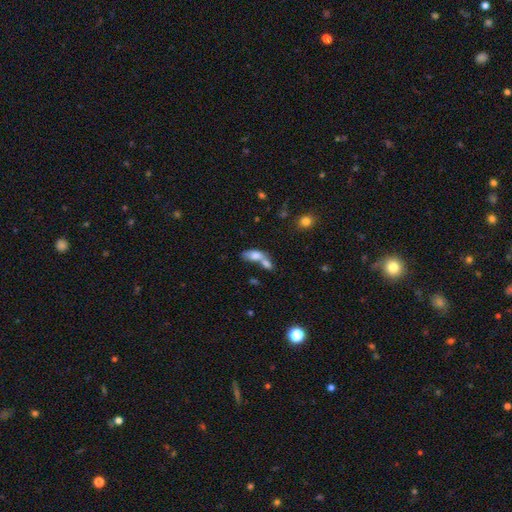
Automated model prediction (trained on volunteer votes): smooth_or_featured: smooth (p=0.74) [alt: featured or disk p=0.17]
how_rounded: in between (p=0.82) [alt: cigar-shaped p=0.12]
merging: merger (p=0.64) [alt: none p=0.21]